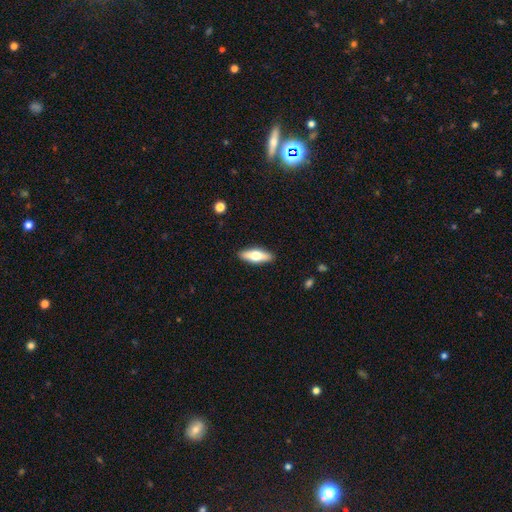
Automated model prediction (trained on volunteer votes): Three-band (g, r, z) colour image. It shows a smooth galaxy with no disk features (55%) that is in between round and cigar-shaped (54%). Merging: none (90%).